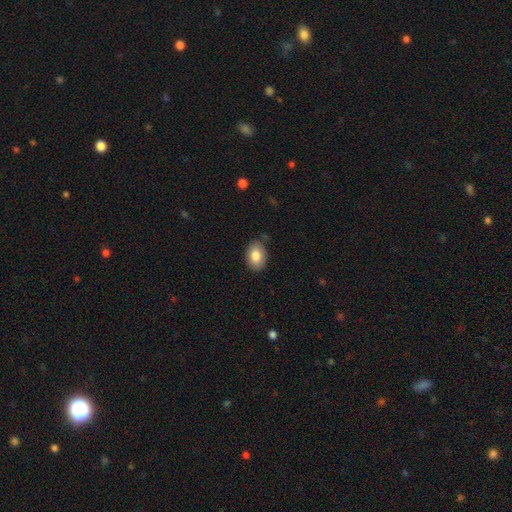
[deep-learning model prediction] Smooth or featured? Predicted: smooth (p=0.83). How rounded? Predicted: in between (p=0.85). Merging? Predicted: none (p=0.81).